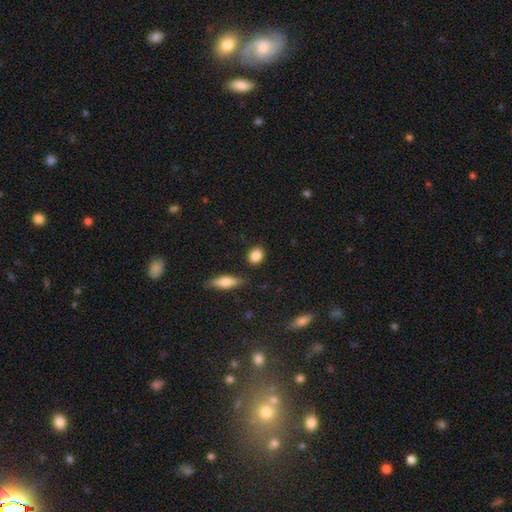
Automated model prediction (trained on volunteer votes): Morphology: type=smooth (86%); roundness=in between (49%); merging=none (85%).